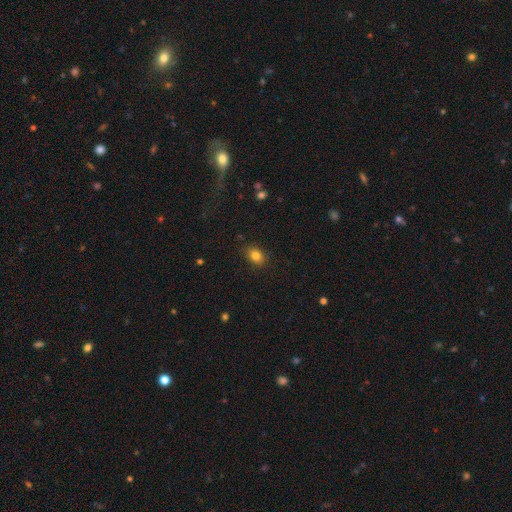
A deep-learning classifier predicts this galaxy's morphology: This appears to be a smooth galaxy with no disk features (83%) that is in between round and cigar-shaped (64%). Merging: none (85%).